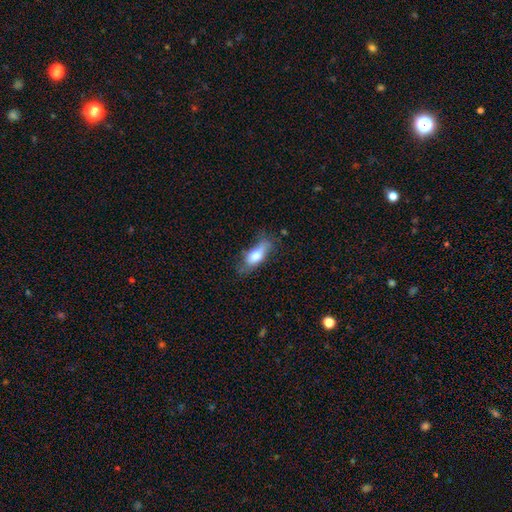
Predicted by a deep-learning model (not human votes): smooth-or-featured: smooth: 67% | featured or disk: 26% | star or artifact: 7%
  how-rounded: in between: 72% | cigar-shaped: 25% | round: 4%
  merging: none: 58% | minor disturbance: 29% | major disturbance: 10% | merger: 3%